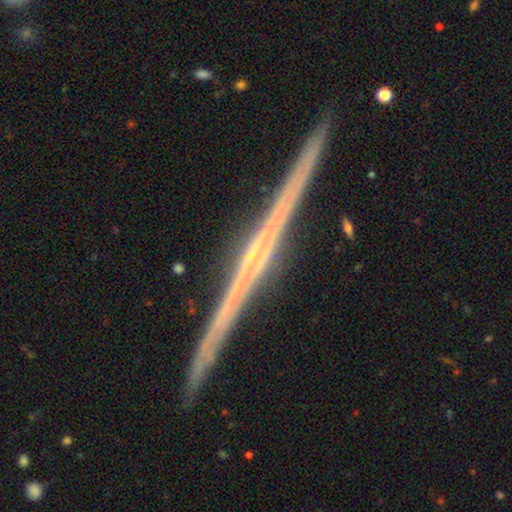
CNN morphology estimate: The model was most divided on "edge-on bulge": rounded: 55%, none: 31%, boxy: 14%. More confident: edge-on disk — yes (99%); merging — none (92%); smooth or featured — featured or disk (88%).